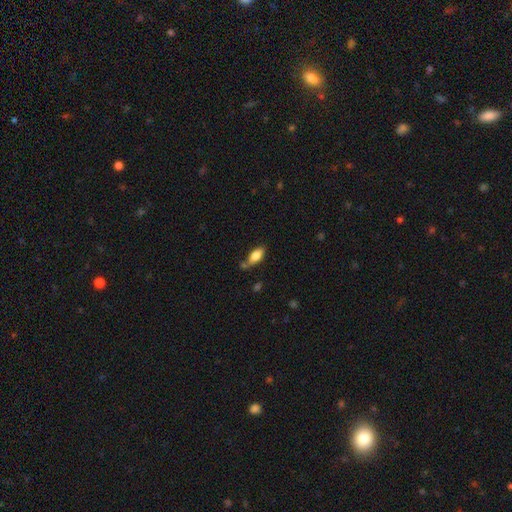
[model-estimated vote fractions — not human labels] smooth-or-featured: smooth: 78% | featured or disk: 15% | star or artifact: 7%
  how-rounded: in between: 84% | cigar-shaped: 13% | round: 3%
  merging: none: 64% | minor disturbance: 20% | merger: 11% | major disturbance: 5%